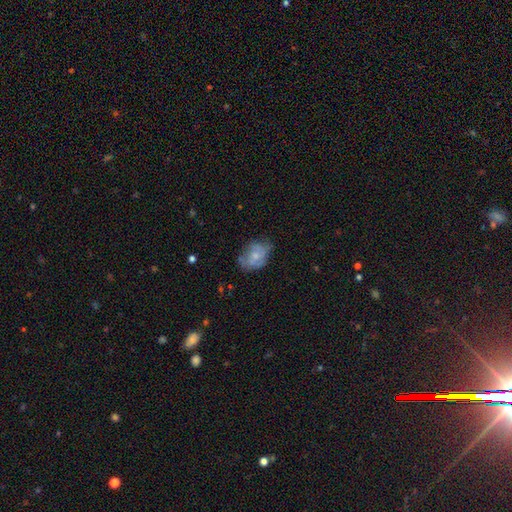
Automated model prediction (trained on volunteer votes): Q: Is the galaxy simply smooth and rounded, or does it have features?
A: smooth — 49%.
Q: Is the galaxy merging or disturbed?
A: none — 53%.